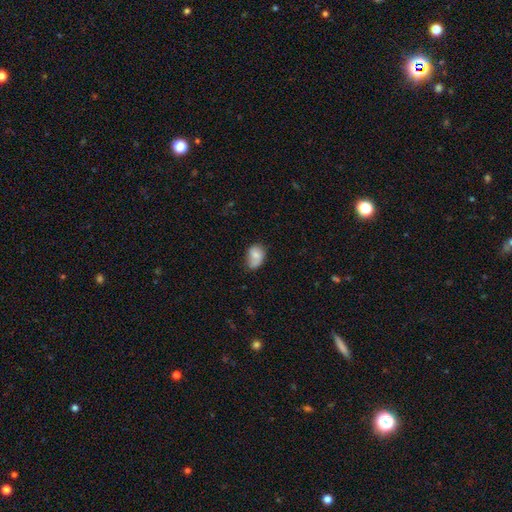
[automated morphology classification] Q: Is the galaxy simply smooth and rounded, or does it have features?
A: smooth — 74%.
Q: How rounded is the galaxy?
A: in between — 77%.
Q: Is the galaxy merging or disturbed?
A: none — 49%.